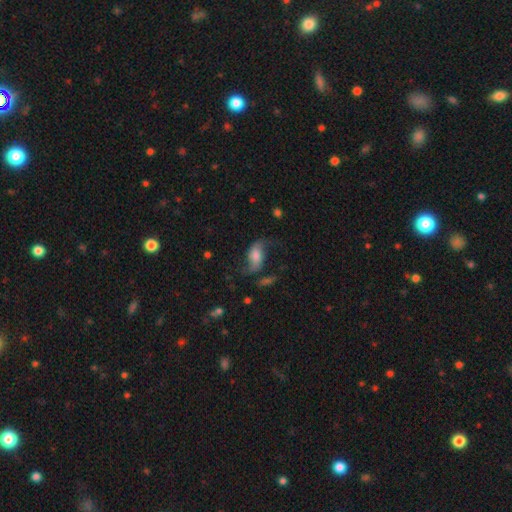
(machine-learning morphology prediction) Smooth or featured: featured or disk — 58% (smooth — 34%)
Edge-on disk: no — 94% (yes — 6%)
Bar: no — 46% (weak — 38%)
Spiral arms: yes — 89% (no — 11%)
Bulge size: moderate — 37% (small — 26%)
Merging: none — 56% (minor disturbance — 22%)